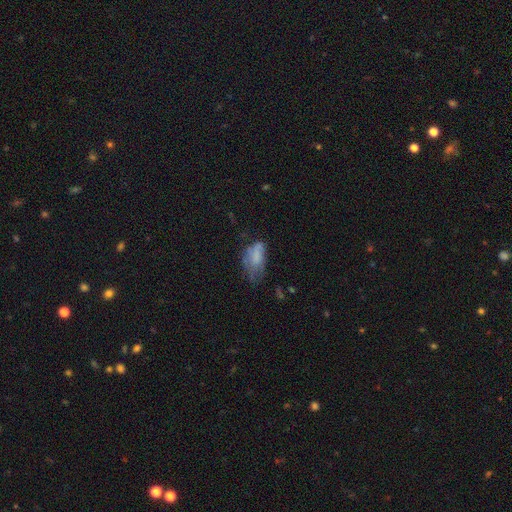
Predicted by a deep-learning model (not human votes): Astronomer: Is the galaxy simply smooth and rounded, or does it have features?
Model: smooth — 63%.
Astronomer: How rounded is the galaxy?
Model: in between — 89%.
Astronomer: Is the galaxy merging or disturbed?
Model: minor disturbance — 34% (runner-up: major disturbance, 32%).